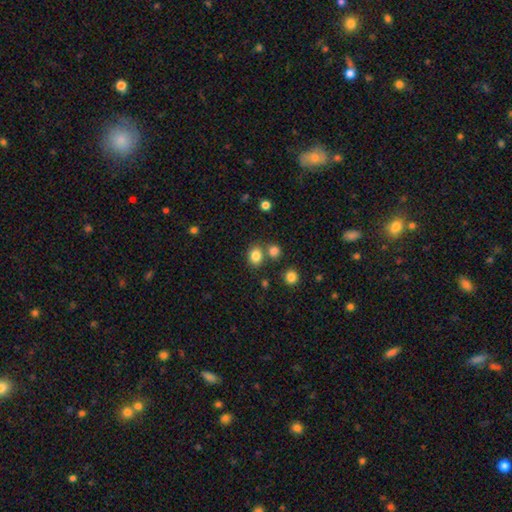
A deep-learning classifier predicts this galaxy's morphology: This appears to be a smooth galaxy with no disk features (83%) that is round (62%). Merging: none (69%).